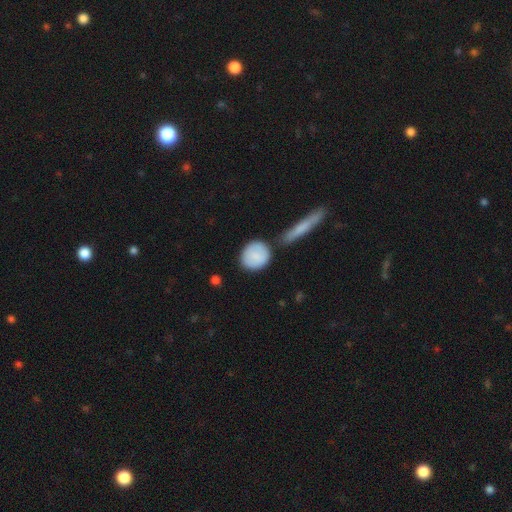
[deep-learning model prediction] smooth 84%, featured or disk 11%, star or artifact 6%. Down the decision tree: how rounded — round (87%); merging — none (77%).